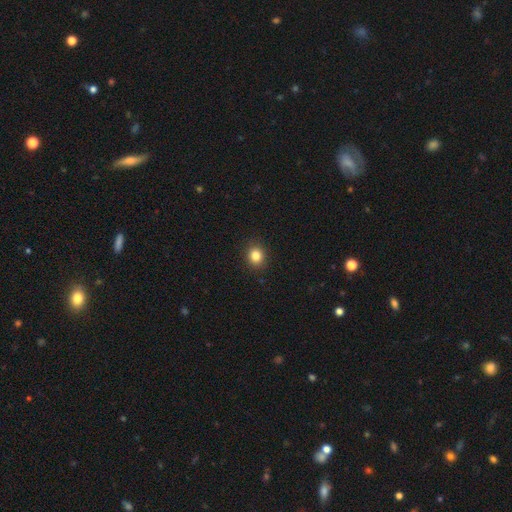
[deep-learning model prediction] Smooth or featured? smooth (83%)
How rounded? round (77%)
Merging? none (91%)